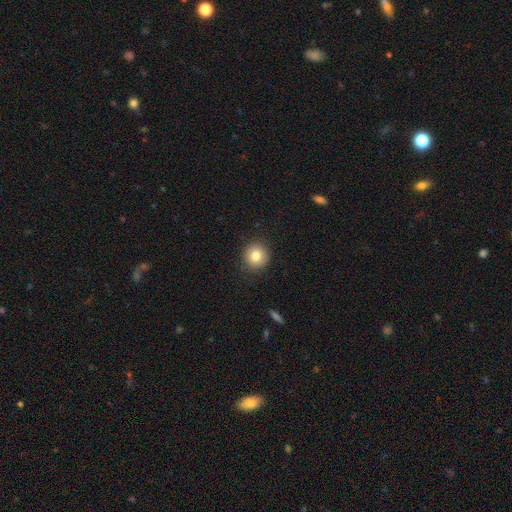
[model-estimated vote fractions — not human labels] This appears to be a smooth galaxy with no disk features (81%) that is round (92%). Merging: none (90%).